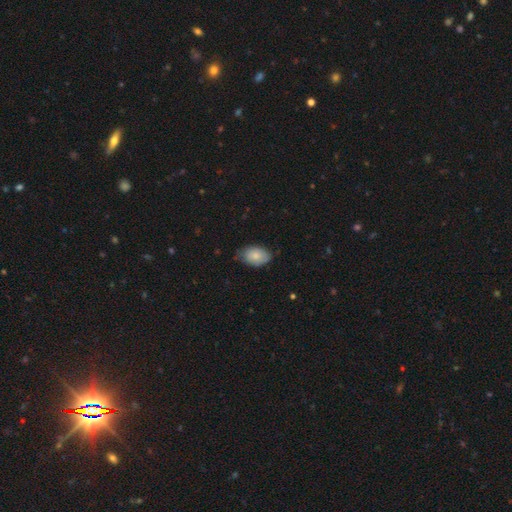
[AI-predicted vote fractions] smooth-or-featured: smooth: 78% | featured or disk: 15% | star or artifact: 7%
  how-rounded: in between: 89% | round: 9% | cigar-shaped: 1%
  merging: none: 62% | minor disturbance: 32% | major disturbance: 5% | merger: 1%